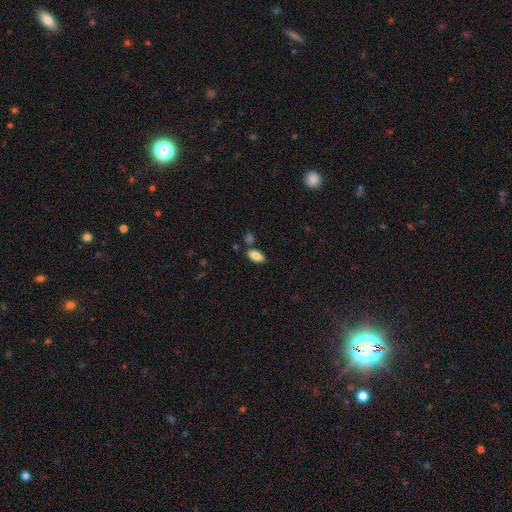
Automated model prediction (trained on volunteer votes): Smooth or featured? smooth (83%)
How rounded? in between (89%)
Merging? none (77%)